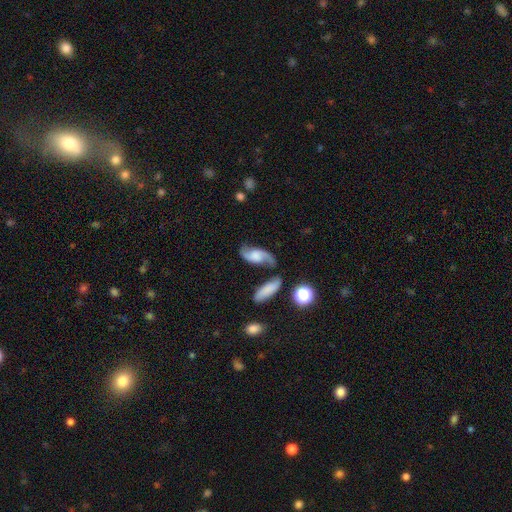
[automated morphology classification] A featured or disk galaxy (74%) with no bar (59%), 2 (91%) loose (70%) spiral arms (94%) and no central bulge (36%). Merging: none (54%).